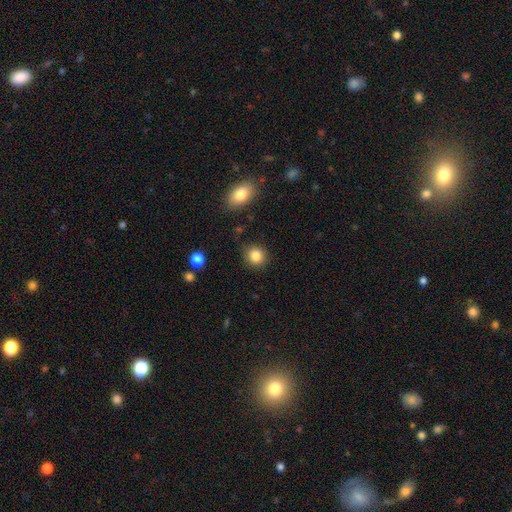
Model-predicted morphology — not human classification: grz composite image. It shows a smooth galaxy with no disk features (85%) that is round (85%). Merging: none (86%).